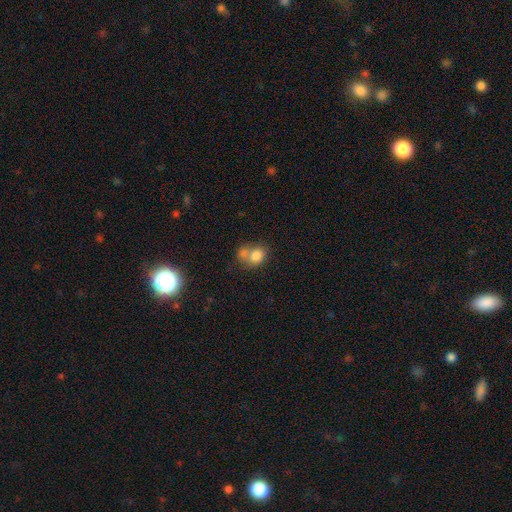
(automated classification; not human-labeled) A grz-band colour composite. It shows a smooth galaxy with no disk features (78%) that is round (56%). Merging: merger (51%).